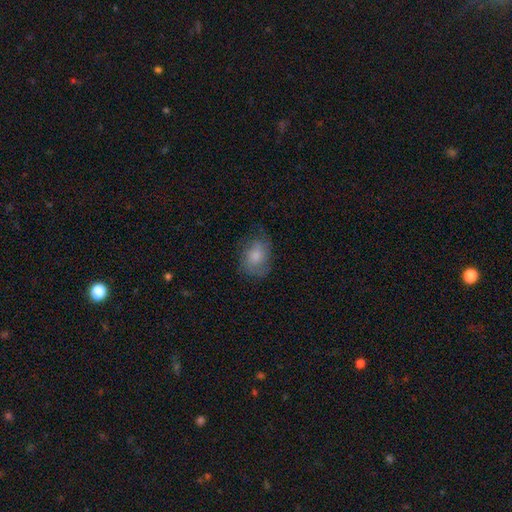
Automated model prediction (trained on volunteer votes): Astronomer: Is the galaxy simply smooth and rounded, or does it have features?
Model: smooth — 71%.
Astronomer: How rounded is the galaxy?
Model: in between — 63%.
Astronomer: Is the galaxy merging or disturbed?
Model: none — 63%.